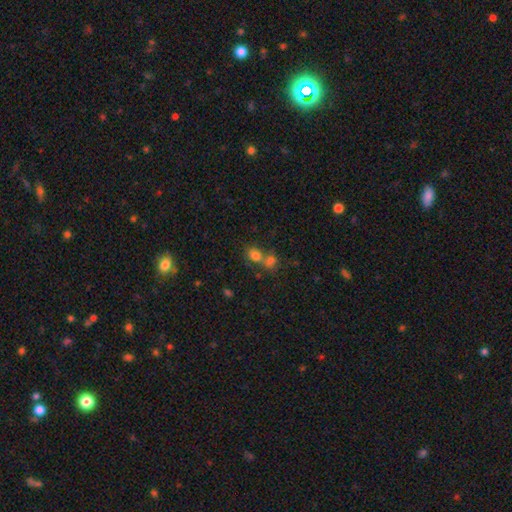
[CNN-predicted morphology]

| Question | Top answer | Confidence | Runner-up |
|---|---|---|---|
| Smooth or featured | smooth | 76% | star or artifact (14%) |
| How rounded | in between | 54% | round (45%) |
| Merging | merger | 55% | none (33%) |